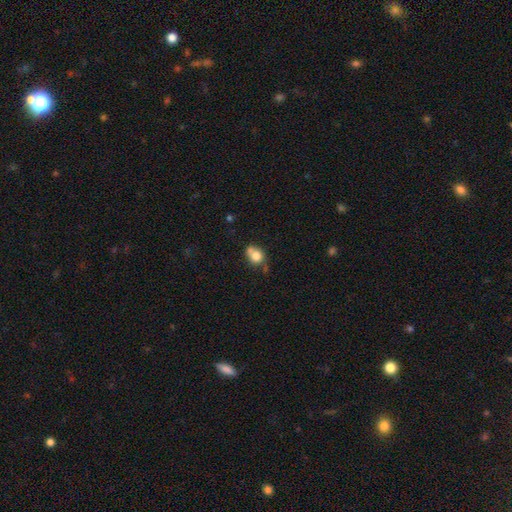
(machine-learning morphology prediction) The model was most divided on "merging": none: 46%, merger: 26%, minor disturbance: 21%, major disturbance: 7%. More confident: smooth or featured — smooth (76%); how rounded — round (61%).